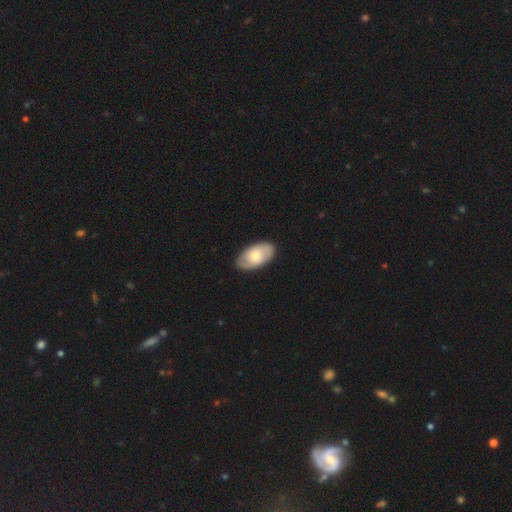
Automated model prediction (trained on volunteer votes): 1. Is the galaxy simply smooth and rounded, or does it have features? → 58% smooth, 37% featured or disk, 6% star or artifact.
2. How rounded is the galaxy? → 94% in between, 4% round, 2% cigar-shaped.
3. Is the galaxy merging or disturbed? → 85% none, 11% minor disturbance, 2% major disturbance, 1% merger.